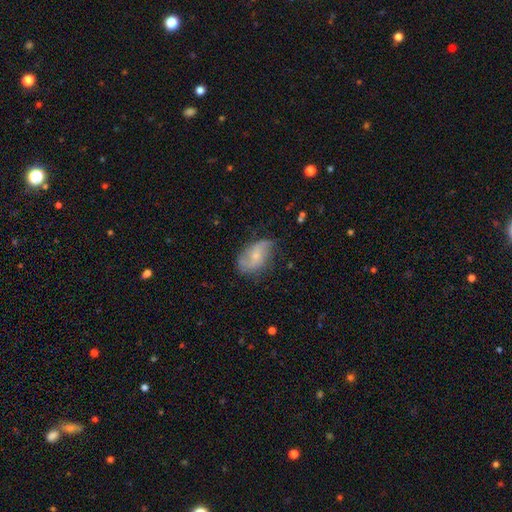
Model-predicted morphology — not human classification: smooth-or-featured: featured or disk: 60% | smooth: 32% | star or artifact: 8%
  disk-edge-on: no: 96% | yes: 4%
    bar: no: 63% | weak: 31% | strong: 7%
    has-spiral-arms: yes: 87% | no: 13%
      spiral-winding: loose: 59% | medium: 29% | tight: 12%
      spiral-arm-count: 2: 82% | can't tell: 10% | 1: 3% | 3: 2% | 4: 1% | more than 4: 1%
    bulge-size: small: 64% | moderate: 29% | none: 5% | large: 1% | dominant: 1%
  merging: none: 63% | minor disturbance: 27% | major disturbance: 9% | merger: 2%